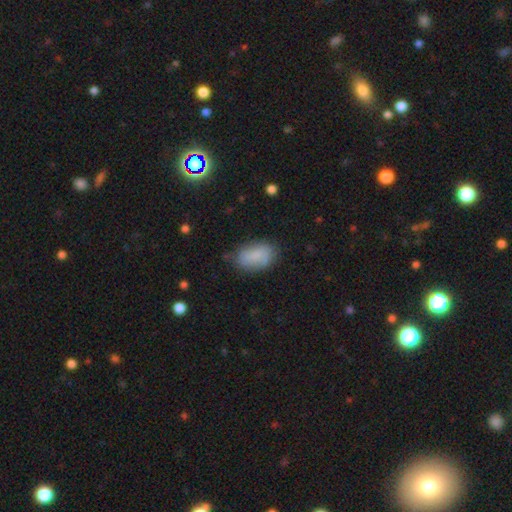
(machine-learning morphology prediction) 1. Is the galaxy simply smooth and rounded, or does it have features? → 80% smooth, 12% featured or disk, 8% star or artifact.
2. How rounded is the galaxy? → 92% in between, 6% round, 2% cigar-shaped.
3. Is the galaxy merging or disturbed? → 71% none, 21% minor disturbance, 5% major disturbance, 2% merger.